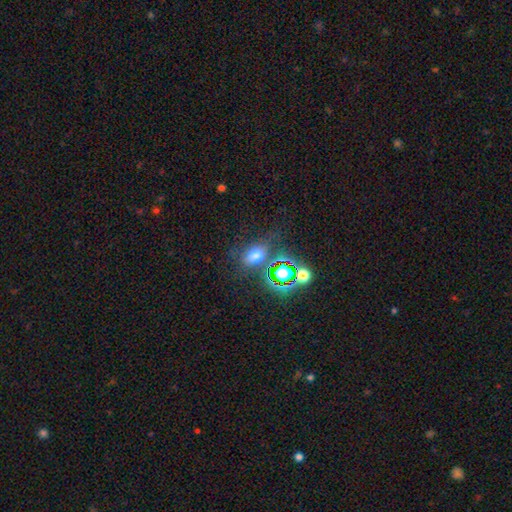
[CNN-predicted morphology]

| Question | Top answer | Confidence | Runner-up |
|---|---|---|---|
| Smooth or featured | smooth | 60% | star or artifact (29%) |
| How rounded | in between | 74% | round (23%) |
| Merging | none | 69% | minor disturbance (15%) |